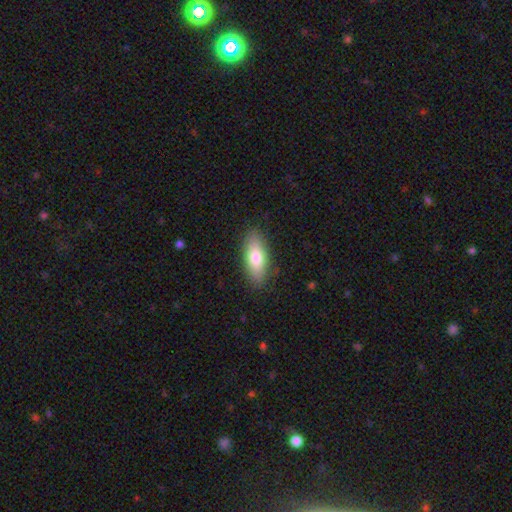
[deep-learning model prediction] Morphology: type=smooth (75%); roundness=in between (68%); merging=none (88%).